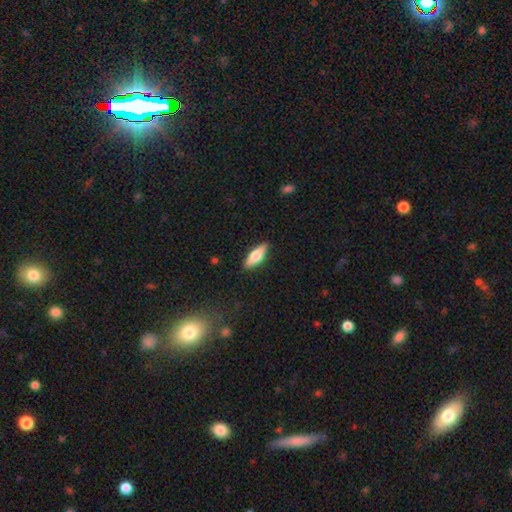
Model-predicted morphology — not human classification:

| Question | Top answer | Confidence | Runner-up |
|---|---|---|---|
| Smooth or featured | smooth | 64% | featured or disk (30%) |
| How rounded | in between | 56% | cigar-shaped (41%) |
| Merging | none | 88% | minor disturbance (9%) |